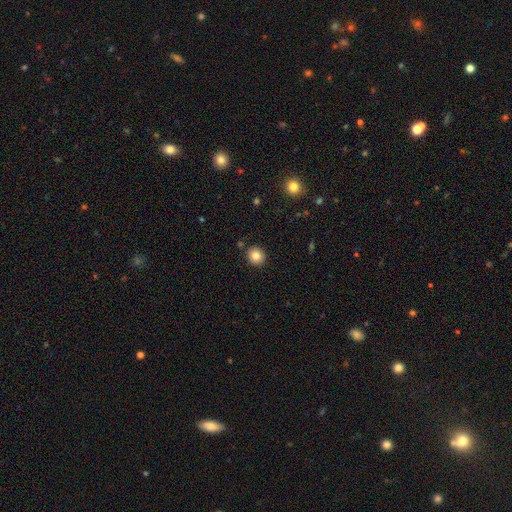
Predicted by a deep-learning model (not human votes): This is clearly a smooth galaxy (84%). How rounded: clearly round (85%). Merging: clearly none (89%).